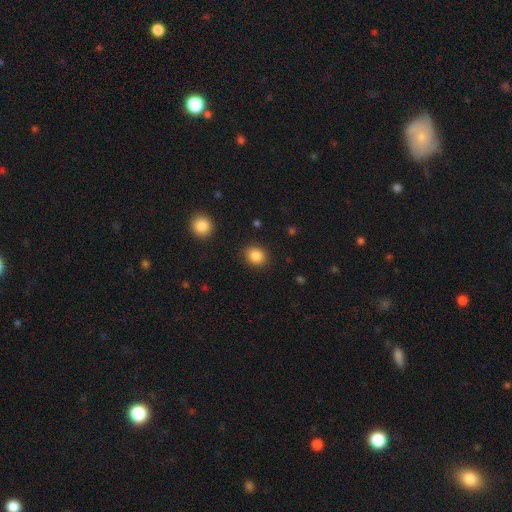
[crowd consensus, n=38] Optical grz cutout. It shows a smooth galaxy with no disk features (84%) that is round (59%). Merging: none (78%).